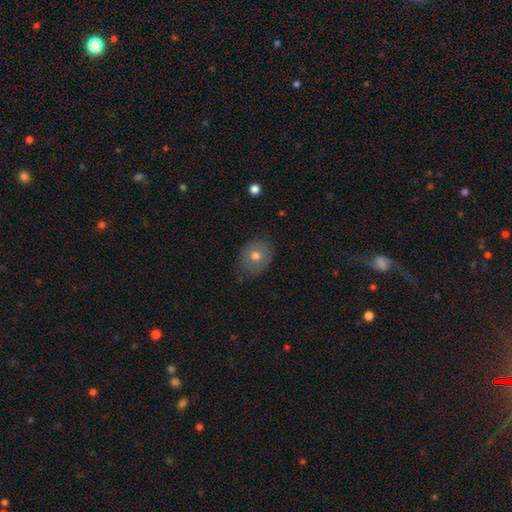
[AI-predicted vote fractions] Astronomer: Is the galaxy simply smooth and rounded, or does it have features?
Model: smooth — 67%.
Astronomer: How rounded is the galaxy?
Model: round — 52% (runner-up: in between, 47%).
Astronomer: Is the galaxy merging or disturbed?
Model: none — 75%.